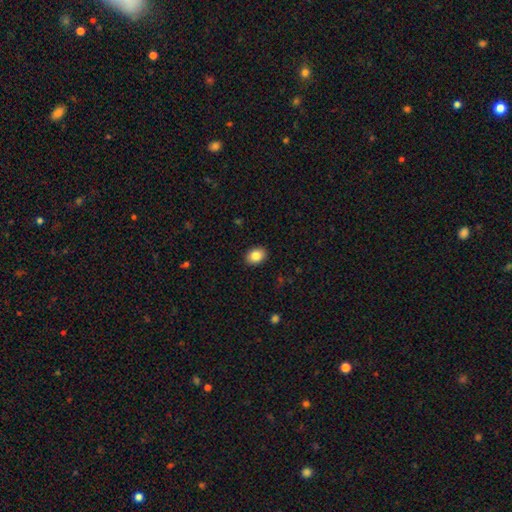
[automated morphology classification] Overall: smooth (85%). How rounded: in between (67%; round 33%). Merging: none (90%).